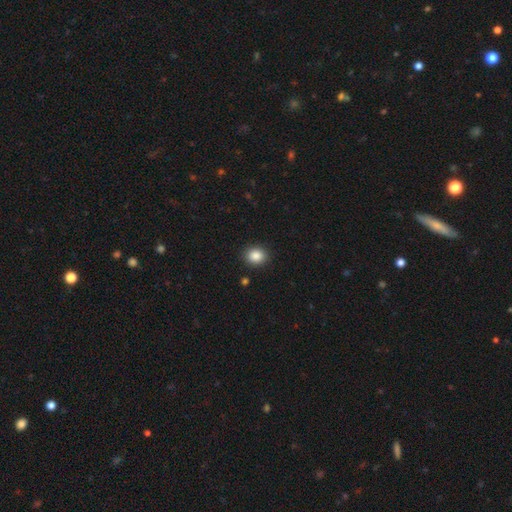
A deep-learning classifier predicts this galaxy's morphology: smooth-or-featured: smooth: 87% | star or artifact: 9% | featured or disk: 4%
  how-rounded: round: 67% | in between: 32% | cigar-shaped: 1%
  merging: none: 90% | minor disturbance: 6% | major disturbance: 2% | merger: 1%